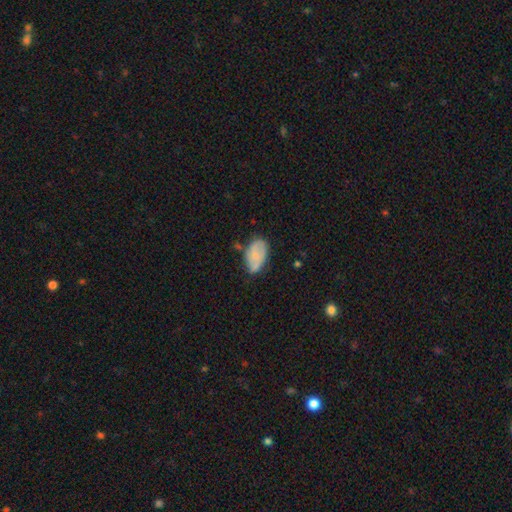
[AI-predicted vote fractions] Smooth or featured? smooth (62%)
How rounded? in between (93%)
Merging? none (53%)